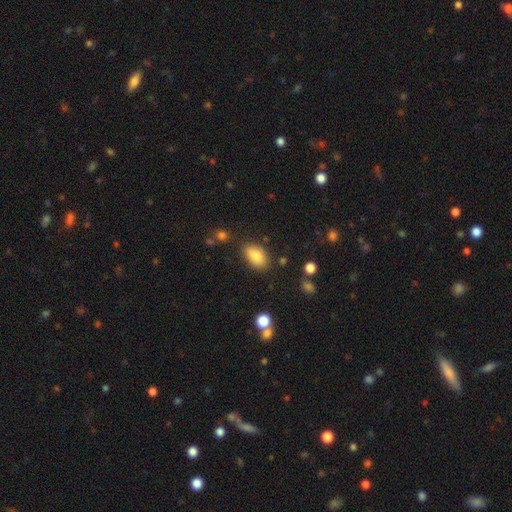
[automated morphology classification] A smooth galaxy with no disk features (83%) that is in between round and cigar-shaped (90%).

Vote fractions:
- Smooth or featured? smooth: 83% / featured or disk: 9% / star or artifact: 8%
- How rounded? in between: 90% / round: 8% / cigar-shaped: 2%
- Merging? none: 81% / minor disturbance: 13% / major disturbance: 3% / merger: 3%